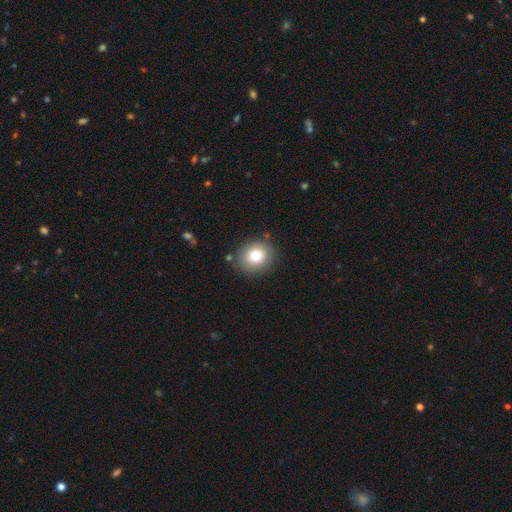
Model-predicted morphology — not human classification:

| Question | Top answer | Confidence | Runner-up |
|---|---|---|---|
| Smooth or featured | smooth | 76% | featured or disk (13%) |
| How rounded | round | 77% | in between (23%) |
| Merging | none | 86% | minor disturbance (9%) |